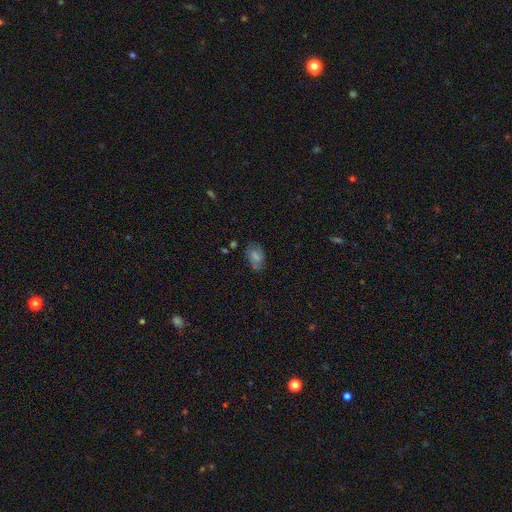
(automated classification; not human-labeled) A smooth galaxy with no disk features (48%). Merging: none (73%).